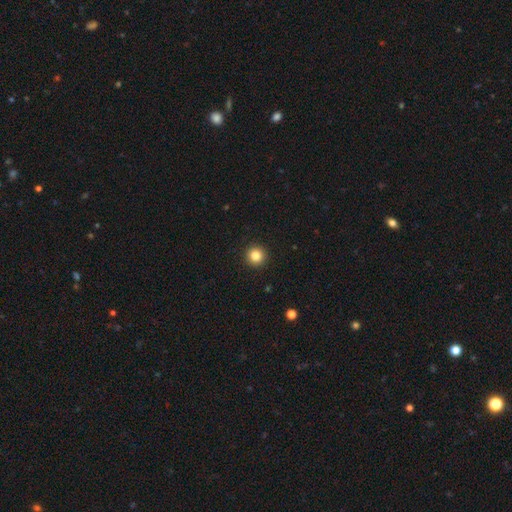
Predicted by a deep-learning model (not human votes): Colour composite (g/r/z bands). It shows a smooth galaxy with no disk features (84%) that is round (96%). Merging: none (94%).